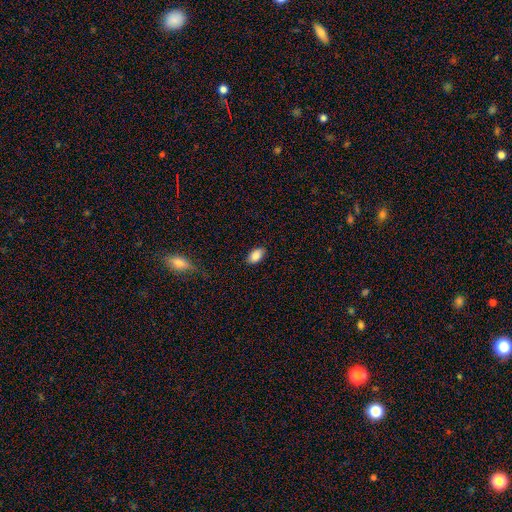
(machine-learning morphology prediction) The model was most divided on "merging": none: 86%, minor disturbance: 11%, major disturbance: 2%, merger: 1%. More confident: how rounded — in between (92%); smooth or featured — smooth (86%).